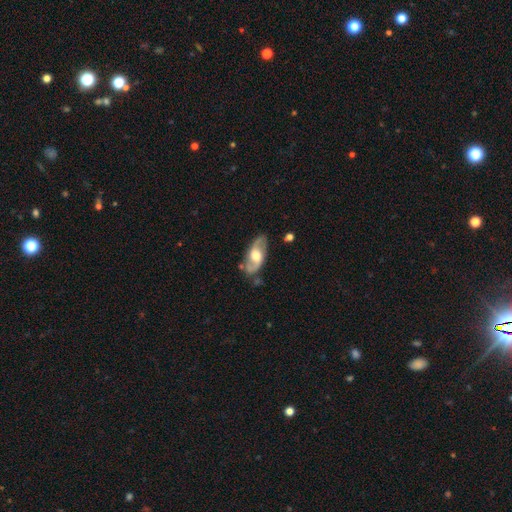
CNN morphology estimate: smooth-or-featured: featured or disk: 73% | smooth: 22% | star or artifact: 5%
  disk-edge-on: no: 90% | yes: 10%
    bar: no: 54% | weak: 36% | strong: 10%
    has-spiral-arms: yes: 84% | no: 16%
      spiral-winding: medium: 45% | loose: 38% | tight: 17%
      spiral-arm-count: 2: 87% | can't tell: 7% | 1: 3% | 3: 1% | 4: 1% | more than 4: 1%
    bulge-size: moderate: 65% | large: 23% | small: 9% | none: 1% | dominant: 1%
  merging: none: 76% | minor disturbance: 17% | major disturbance: 5% | merger: 3%